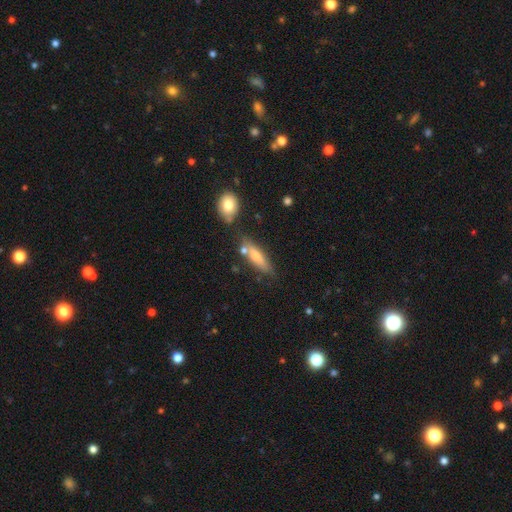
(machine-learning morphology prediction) Smooth or featured: smooth — 55% (featured or disk — 36%)
How rounded: cigar-shaped — 66% (in between — 31%)
Merging: none — 65% (minor disturbance — 17%)